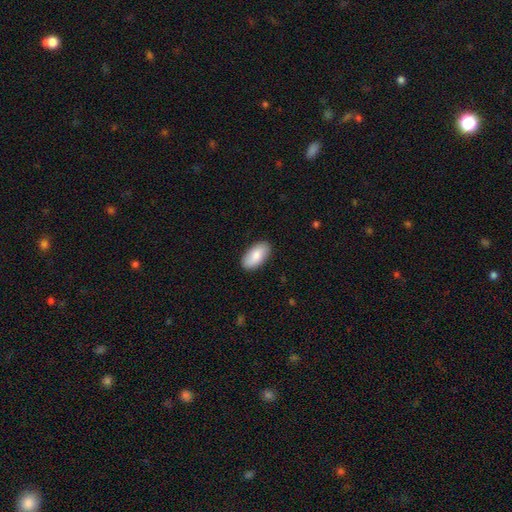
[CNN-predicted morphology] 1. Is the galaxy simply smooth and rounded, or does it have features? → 85% smooth, 10% featured or disk, 5% star or artifact.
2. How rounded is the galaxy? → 95% in between, 3% cigar-shaped, 2% round.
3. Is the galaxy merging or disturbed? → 89% none, 9% minor disturbance, 2% major disturbance, 1% merger.